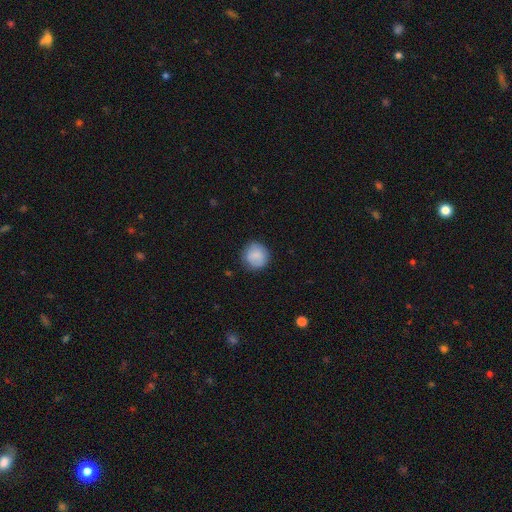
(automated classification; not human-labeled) smooth 84%, featured or disk 9%, star or artifact 7%. Down the decision tree: how rounded — round (92%); merging — none (83%).